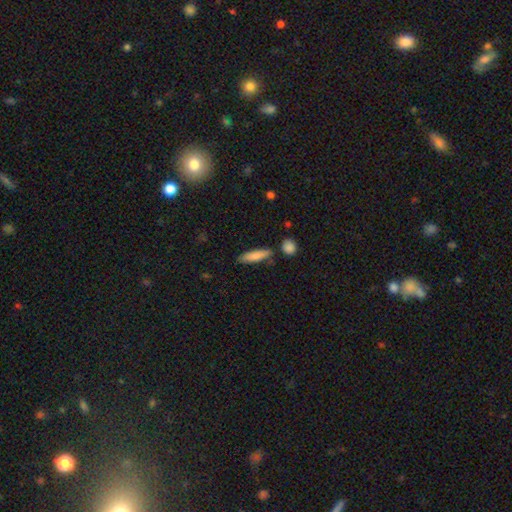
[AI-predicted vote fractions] smooth 81%, featured or disk 13%, star or artifact 6%. Down the decision tree: how rounded — cigar-shaped (72%); merging — none (78%).